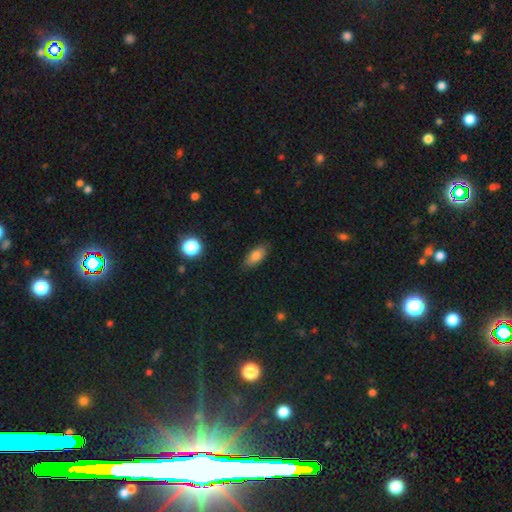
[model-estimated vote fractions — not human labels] smooth 81%, featured or disk 10%, star or artifact 9%. Down the decision tree: how rounded — in between (86%); merging — none (84%).